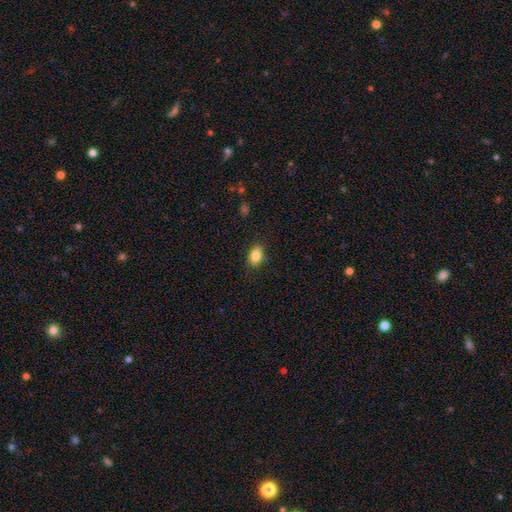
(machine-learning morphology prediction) A smooth galaxy with no disk features (84%) that is in between round and cigar-shaped (82%). Merging: none (82%).